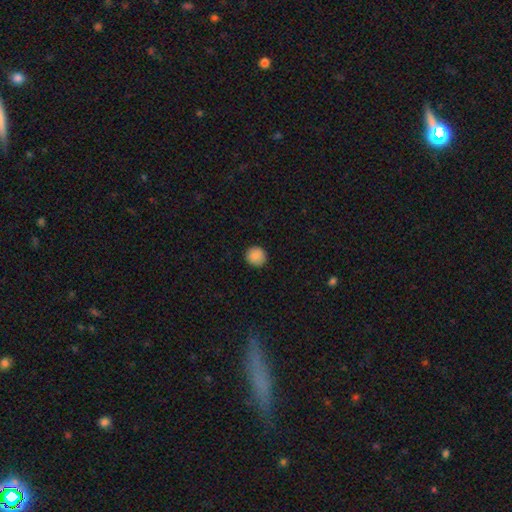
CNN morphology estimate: Smooth or featured? Predicted: smooth (p=0.88). How rounded? Predicted: round (p=0.93). Merging? Predicted: none (p=0.92).